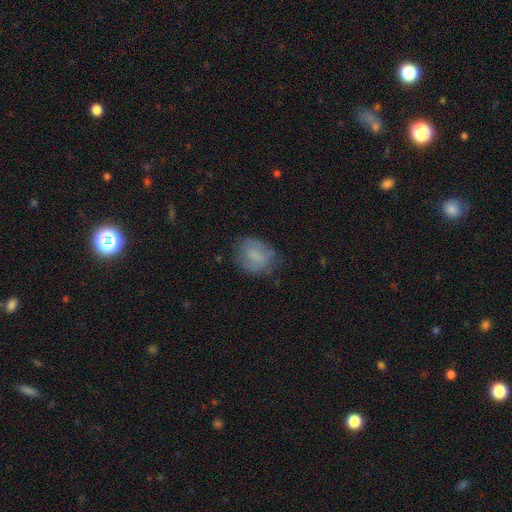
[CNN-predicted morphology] This is likely a smooth galaxy (70%). How rounded: possibly in between (54%). Merging: likely none (62%).